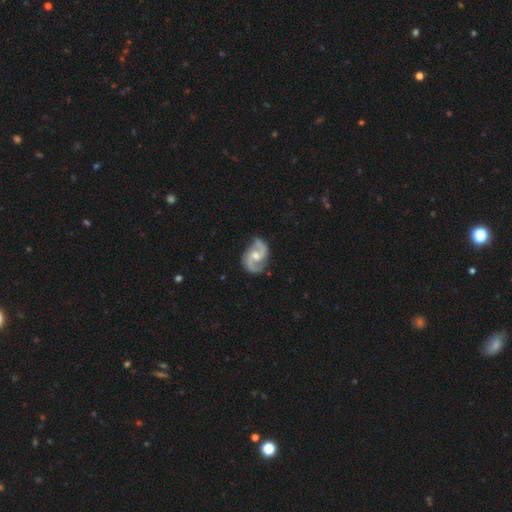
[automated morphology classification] A featured or disk galaxy (91%) with no bar (45%, tied with weak), 2 (93%) medium (54%) spiral arms (97%) and a moderate central bulge (61%). Merging: none (77%).